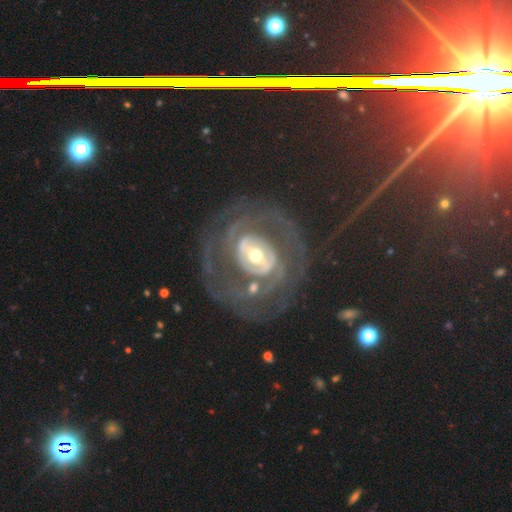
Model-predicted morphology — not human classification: smooth-or-featured: featured or disk: 88% | smooth: 7% | star or artifact: 6%
  disk-edge-on: no: 97% | yes: 3%
    bar: strong: 38% | weak: 37% | no: 25%
    has-spiral-arms: yes: 88% | no: 12%
      spiral-winding: tight: 54% | medium: 33% | loose: 13%
      spiral-arm-count: 2: 37% | can't tell: 29% | 3: 13% | 4: 8% | more than 4: 7% | 1: 7%
    bulge-size: moderate: 53% | small: 34% | large: 10% | dominant: 2% | none: 1%
  merging: none: 62% | major disturbance: 19% | minor disturbance: 15% | merger: 4%